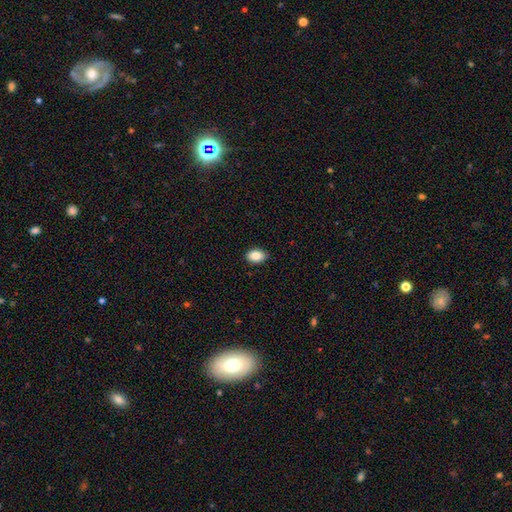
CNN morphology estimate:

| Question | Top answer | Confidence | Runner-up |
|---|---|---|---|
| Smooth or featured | smooth | 88% | star or artifact (8%) |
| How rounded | in between | 87% | round (12%) |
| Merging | none | 88% | minor disturbance (10%) |